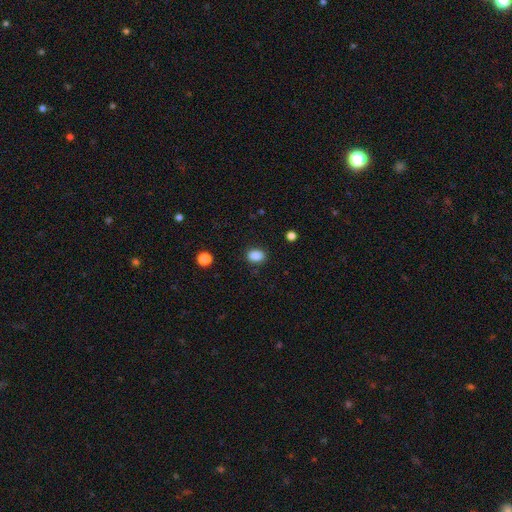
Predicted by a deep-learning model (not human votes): Smooth or featured?
  - smooth: 87% *
  - star or artifact: 9%
  - featured or disk: 3%
How rounded?
  - in between: 76% *
  - round: 23%
  - cigar-shaped: 1%
Merging?
  - none: 86% *
  - minor disturbance: 10%
  - major disturbance: 3%
  - merger: 2%